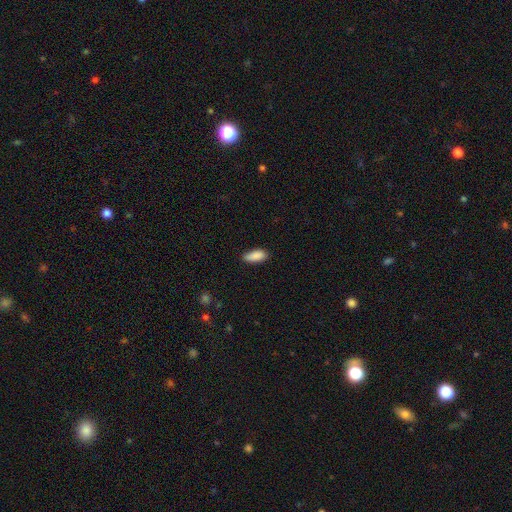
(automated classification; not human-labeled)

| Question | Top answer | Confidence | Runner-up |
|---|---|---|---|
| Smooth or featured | smooth | 89% | star or artifact (7%) |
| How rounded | in between | 80% | cigar-shaped (18%) |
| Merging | none | 82% | minor disturbance (15%) |